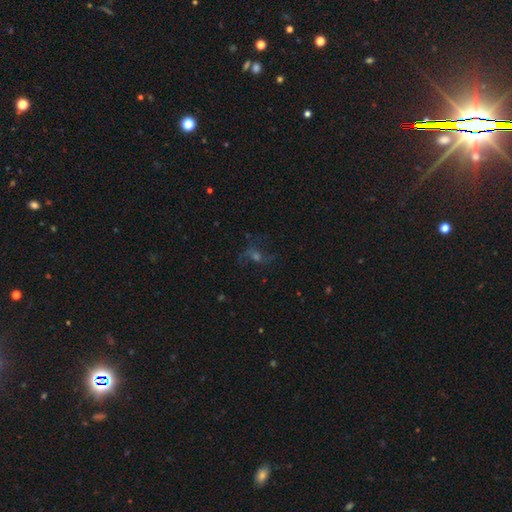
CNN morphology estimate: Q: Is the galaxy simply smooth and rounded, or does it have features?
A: featured or disk — 44%.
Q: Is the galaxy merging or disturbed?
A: none — 65%.